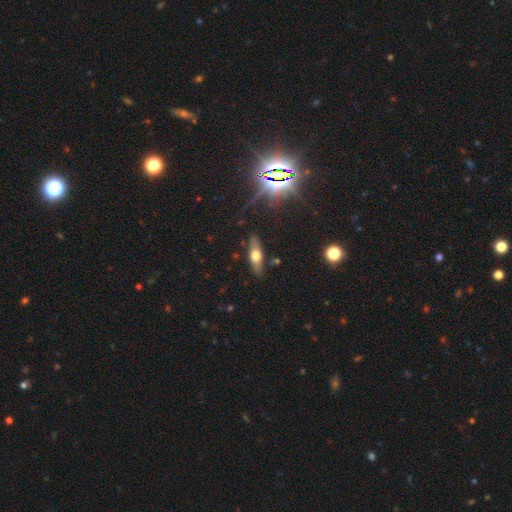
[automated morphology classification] This appears to be a smooth galaxy with no disk features (50%). Merging: none (81%).